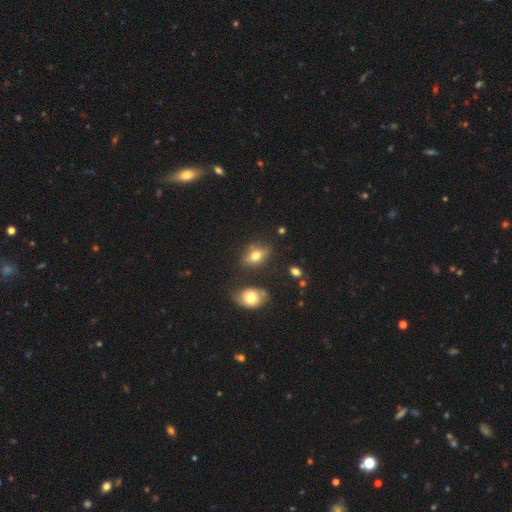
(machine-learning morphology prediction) Q: Smooth or featured?
A: smooth (62%); runner-up: featured or disk (26%)
Q: How rounded?
A: in between (75%); runner-up: round (20%)
Q: Merging?
A: none (71%); runner-up: minor disturbance (17%)